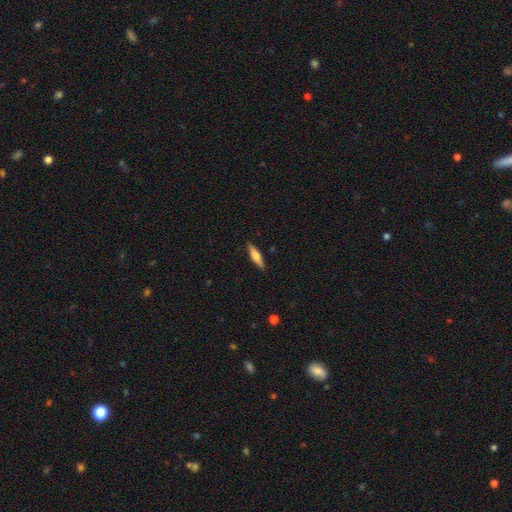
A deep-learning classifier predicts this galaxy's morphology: Smooth or featured?
  - smooth: 55% *
  - featured or disk: 39%
  - star or artifact: 6%
How rounded?
  - cigar-shaped: 74% *
  - in between: 24%
  - round: 2%
Merging?
  - none: 89% *
  - minor disturbance: 8%
  - major disturbance: 2%
  - merger: 1%